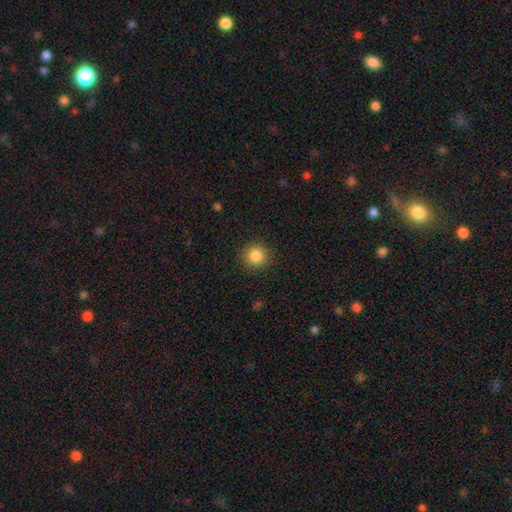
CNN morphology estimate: A smooth galaxy with no disk features (86%) that is round (93%).

Vote fractions:
- Smooth or featured? smooth: 86% / star or artifact: 10% / featured or disk: 4%
- How rounded? round: 93% / in between: 6% / cigar-shaped: 1%
- Merging? none: 90% / minor disturbance: 7% / major disturbance: 2% / merger: 1%